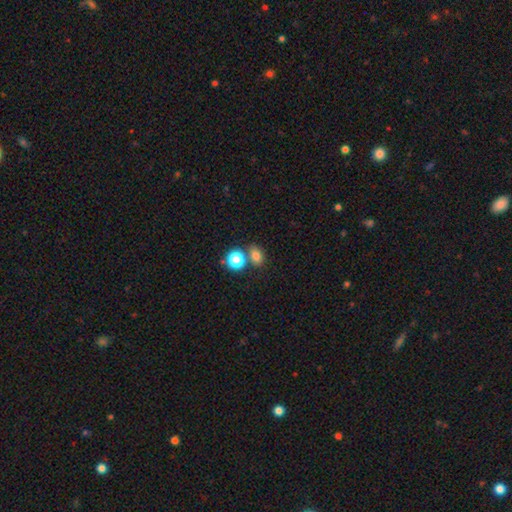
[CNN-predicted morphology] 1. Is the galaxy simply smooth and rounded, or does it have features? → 77% smooth, 17% star or artifact, 6% featured or disk.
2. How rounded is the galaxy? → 52% in between, 46% round, 1% cigar-shaped.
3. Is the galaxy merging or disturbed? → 65% none, 21% merger, 10% minor disturbance, 4% major disturbance.